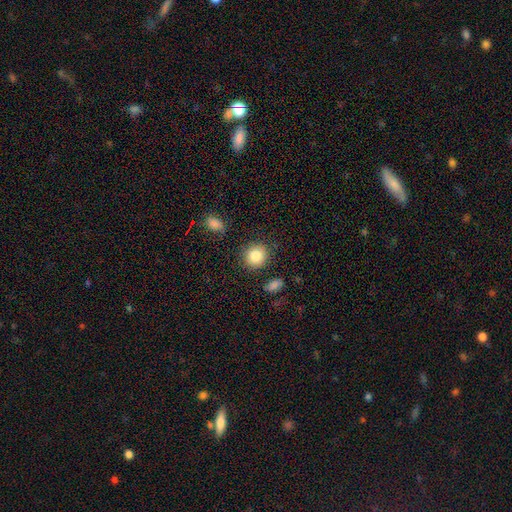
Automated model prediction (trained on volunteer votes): Smooth or featured: smooth — 85% (star or artifact — 9%)
How rounded: round — 85% (in between — 14%)
Merging: none — 85% (minor disturbance — 9%)